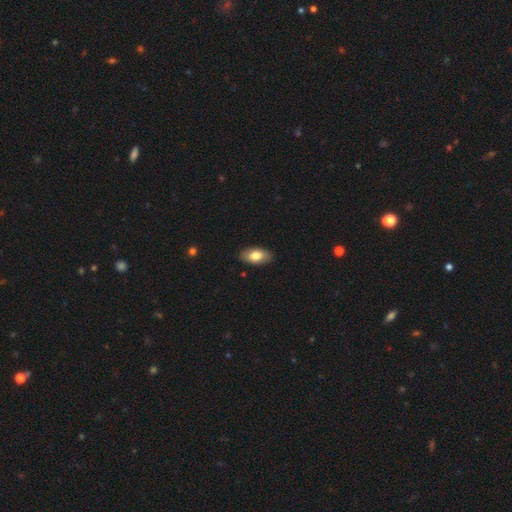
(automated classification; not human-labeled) Smooth or featured?
  - smooth: 78% *
  - featured or disk: 16%
  - star or artifact: 6%
How rounded?
  - in between: 93% *
  - round: 4%
  - cigar-shaped: 3%
Merging?
  - none: 87% *
  - minor disturbance: 10%
  - major disturbance: 2%
  - merger: 1%